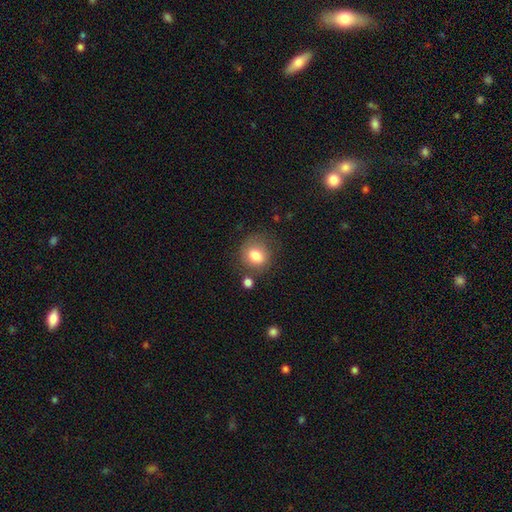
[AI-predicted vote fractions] The model was most divided on "how rounded": round: 70%, in between: 29%, cigar-shaped: 1%. More confident: smooth or featured — smooth (80%); merging — none (65%).